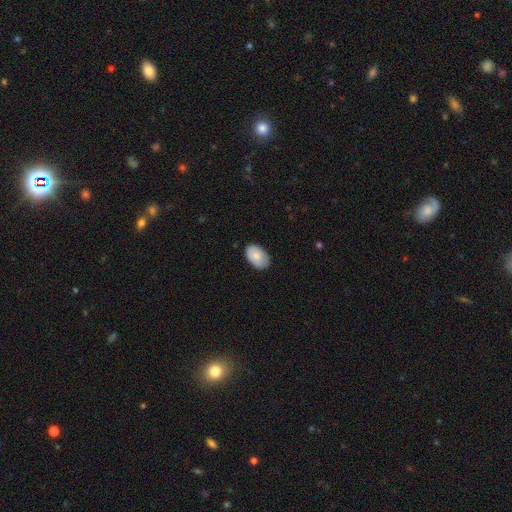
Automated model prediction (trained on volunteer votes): smooth-or-featured: smooth: 83% | featured or disk: 11% | star or artifact: 6%
  how-rounded: in between: 92% | round: 7% | cigar-shaped: 1%
  merging: none: 82% | minor disturbance: 14% | major disturbance: 2% | merger: 1%